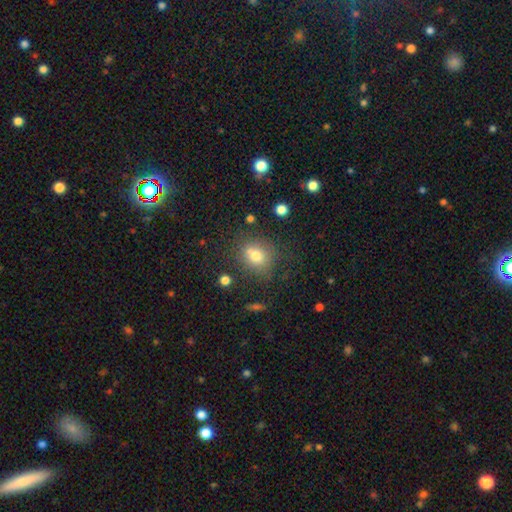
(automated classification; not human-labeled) Q: Smooth or featured?
A: smooth (72%); runner-up: star or artifact (14%)
Q: How rounded?
A: round (67%); runner-up: in between (32%)
Q: Merging?
A: none (64%); runner-up: minor disturbance (16%)